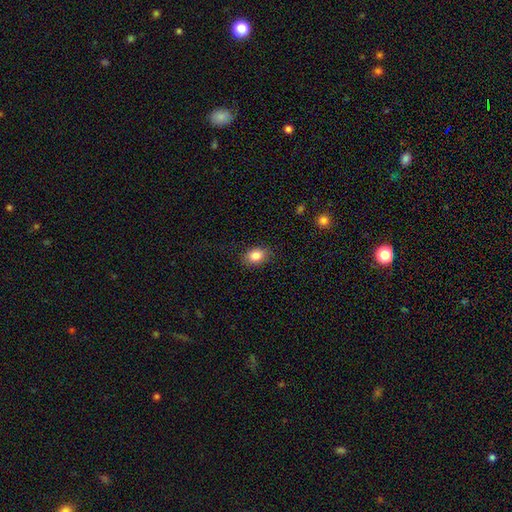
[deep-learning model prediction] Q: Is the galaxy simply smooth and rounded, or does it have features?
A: smooth — 86%.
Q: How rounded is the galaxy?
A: in between — 77%.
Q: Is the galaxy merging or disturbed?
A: none — 86%.